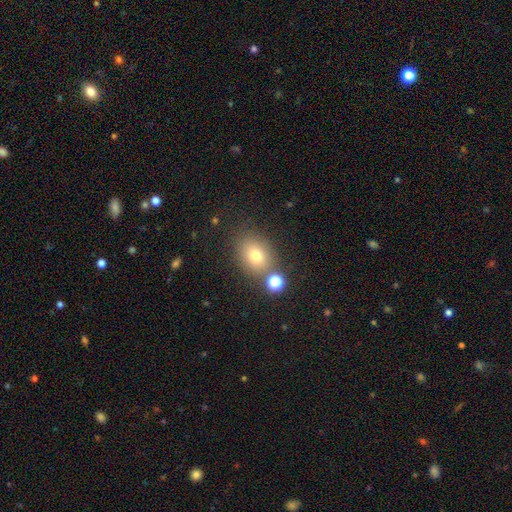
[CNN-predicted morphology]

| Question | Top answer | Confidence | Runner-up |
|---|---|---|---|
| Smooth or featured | smooth | 74% | star or artifact (14%) |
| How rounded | in between | 51% | round (48%) |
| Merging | none | 73% | minor disturbance (12%) |